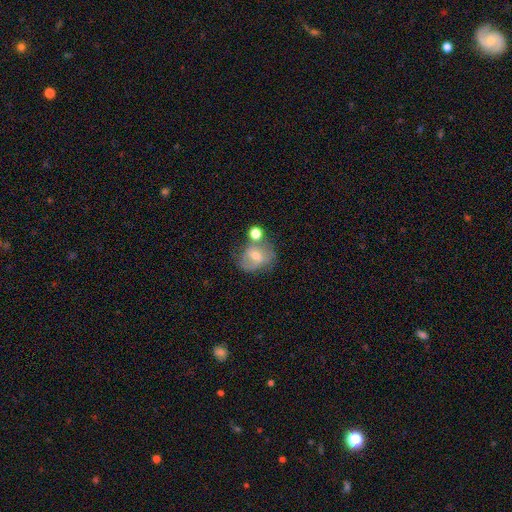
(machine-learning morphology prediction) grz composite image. It shows a smooth galaxy with no disk features (50%). Merging: none (46%).